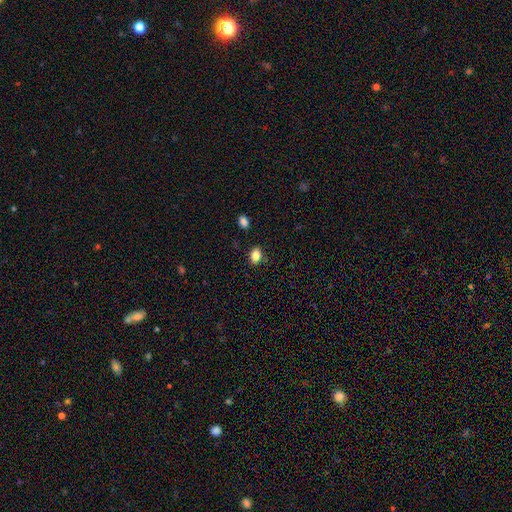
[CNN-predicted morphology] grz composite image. It shows a smooth galaxy with no disk features (85%) that is in between round and cigar-shaped (76%). Merging: none (85%).